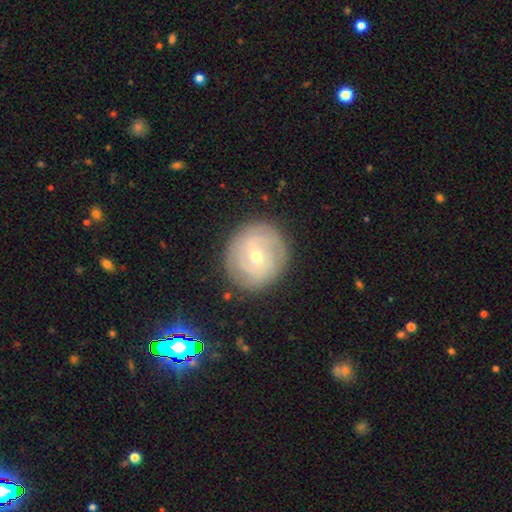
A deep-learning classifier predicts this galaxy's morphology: Smooth or featured? featured or disk (73%)
Edge-on disk? no (97%)
Bar? weak (51%)
Spiral arms? yes (84%)
Spiral winding? tight (67%)
Spiral arm count? can't tell (37%)
Bulge size? small (57%)
Merging? none (84%)